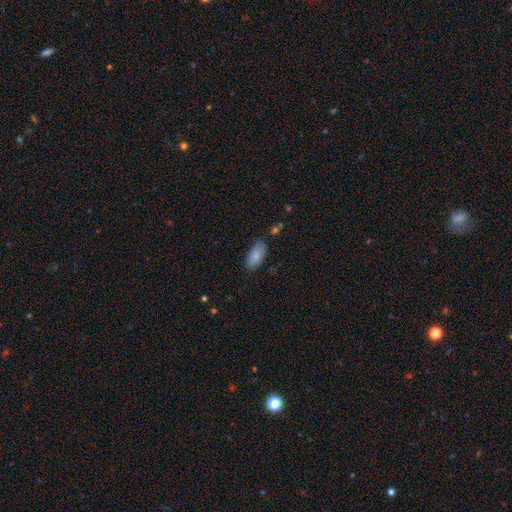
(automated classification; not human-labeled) This appears to be a smooth galaxy with no disk features (83%) that is in between round and cigar-shaped (90%). Merging: none (77%).